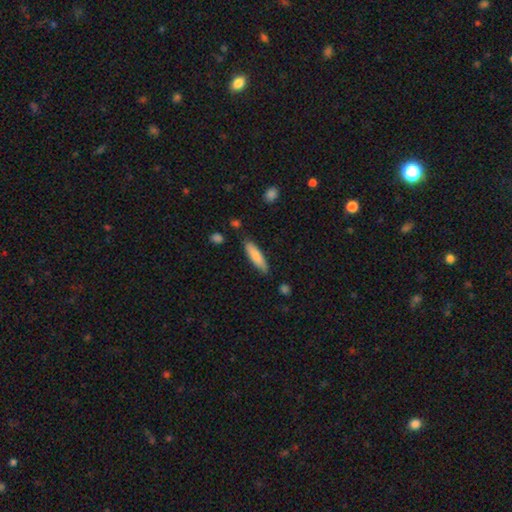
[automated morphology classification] Overall: smooth (78%). How rounded: cigar-shaped (72%). Merging: none (80%).